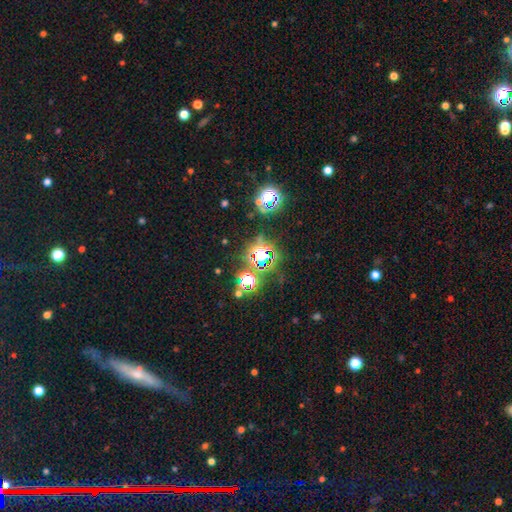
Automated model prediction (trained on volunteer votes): A star or artifact, not a galaxy (76%).

Vote fractions:
- Smooth or featured? star or artifact: 76% / smooth: 15% / featured or disk: 8%